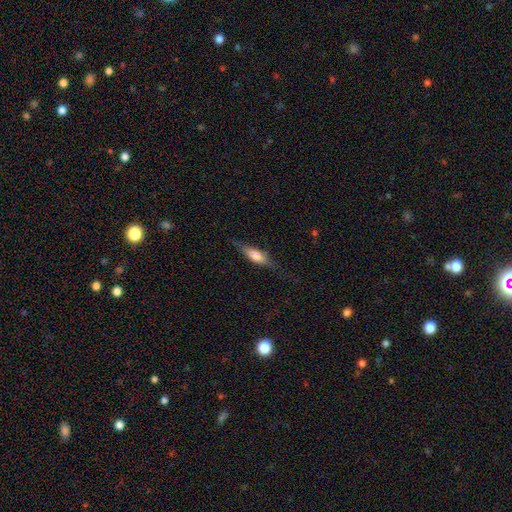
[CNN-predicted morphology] smooth_or_featured: smooth (p=0.53) [alt: featured or disk p=0.40]
how_rounded: cigar-shaped (p=0.55) [alt: in between p=0.43]
merging: none (p=0.72) [alt: minor disturbance p=0.20]